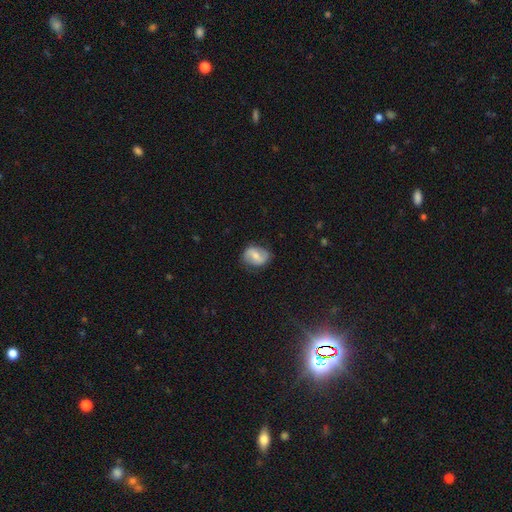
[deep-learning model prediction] Smooth or featured? Predicted: featured or disk (p=0.57). Edge-on disk? Predicted: no (p=0.97). Bar? Predicted: weak (p=0.45). Spiral arms? Predicted: yes (p=0.82). Bulge size? Predicted: moderate (p=0.51). Merging? Predicted: none (p=0.75).